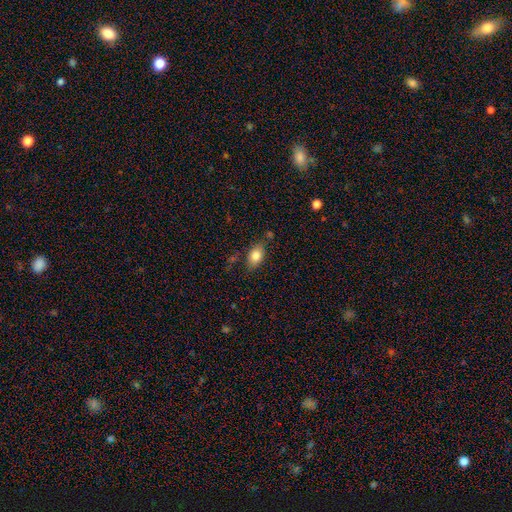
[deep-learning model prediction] This is clearly a smooth galaxy (80%). How rounded: clearly in between (85%). Merging: likely none (70%).